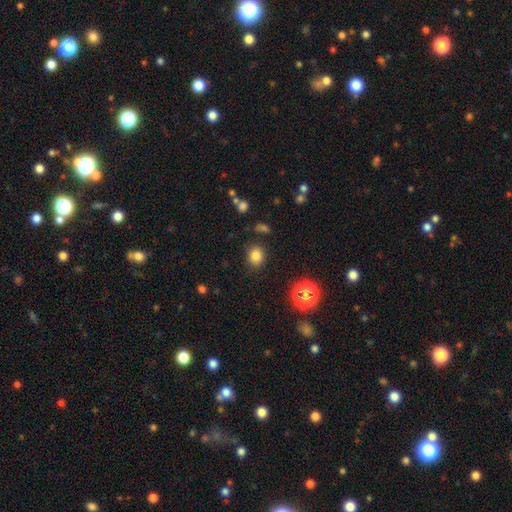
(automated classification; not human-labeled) smooth 81%, star or artifact 14%, featured or disk 5%. Down the decision tree: how rounded — round (70%); merging — none (84%).